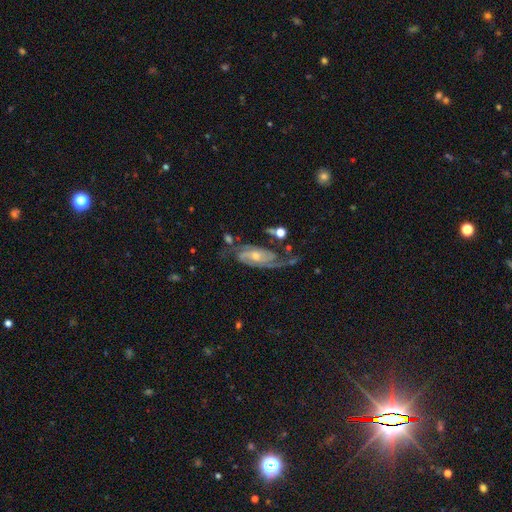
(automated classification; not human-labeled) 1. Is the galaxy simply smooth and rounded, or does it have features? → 86% featured or disk, 8% smooth, 6% star or artifact.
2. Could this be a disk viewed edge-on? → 94% no, 6% yes.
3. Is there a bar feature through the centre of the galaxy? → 61% no, 30% weak, 10% strong.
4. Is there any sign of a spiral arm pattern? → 96% yes, 4% no.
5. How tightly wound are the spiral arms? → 44% medium, 35% tight, 21% loose.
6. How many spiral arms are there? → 76% 2, 8% can't tell, 7% 3, 5% 1, 2% 4, 2% more than 4.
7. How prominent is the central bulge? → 47% small (tied), 47% moderate (tied), 3% large, 2% none, 1% dominant.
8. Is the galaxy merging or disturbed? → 58% none, 20% minor disturbance, 16% major disturbance, 6% merger.